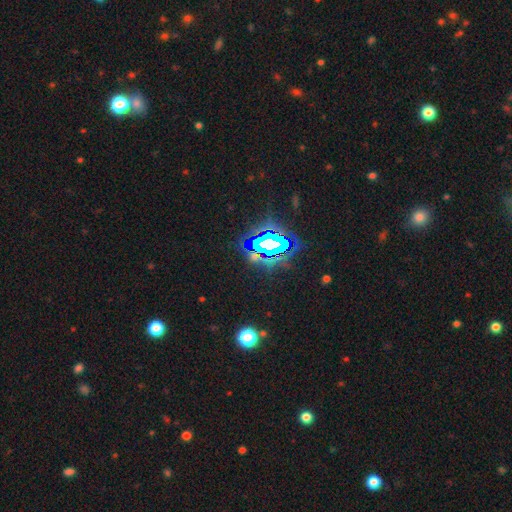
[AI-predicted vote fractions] Smooth or featured: star or artifact — 76% (smooth — 13%)